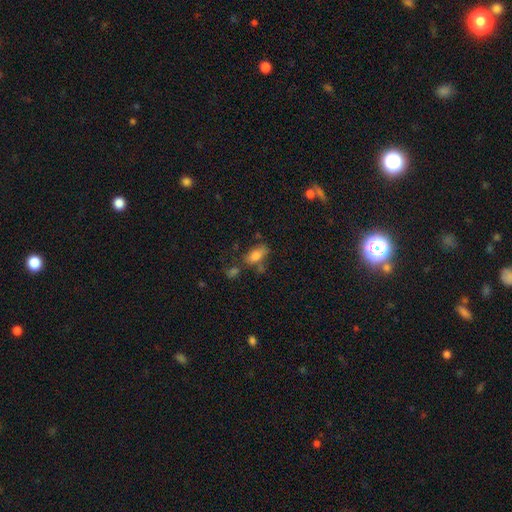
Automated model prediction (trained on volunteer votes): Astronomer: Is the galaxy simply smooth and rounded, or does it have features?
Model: smooth — 75%.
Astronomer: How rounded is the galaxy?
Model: in between — 84%.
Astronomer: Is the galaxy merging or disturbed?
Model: none — 55%.